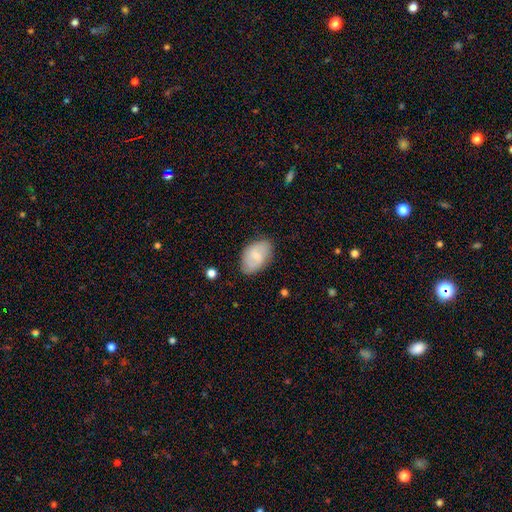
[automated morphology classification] Smooth or featured: smooth — 59% (featured or disk — 34%)
How rounded: in between — 92% (round — 6%)
Merging: none — 79% (minor disturbance — 16%)